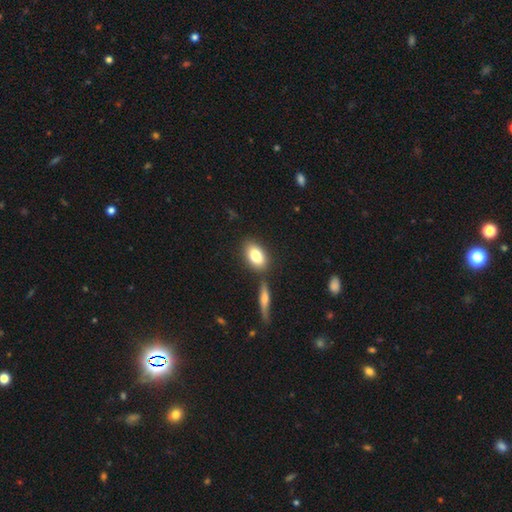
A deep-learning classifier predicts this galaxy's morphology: Q: Smooth or featured?
A: smooth (81%); runner-up: featured or disk (12%)
Q: How rounded?
A: in between (86%); runner-up: round (10%)
Q: Merging?
A: none (74%); runner-up: merger (13%)